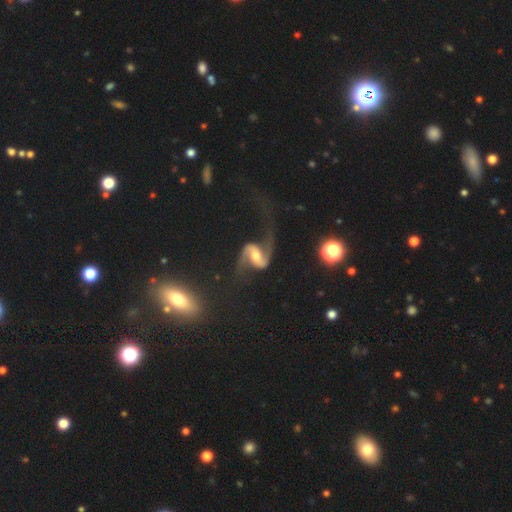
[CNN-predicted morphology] smooth-or-featured: featured or disk: 90% | star or artifact: 6% | smooth: 5%
  disk-edge-on: no: 97% | yes: 3%
    bar: weak: 40% | strong: 34% | no: 26%
    has-spiral-arms: yes: 97% | no: 3%
      spiral-winding: loose: 70% | medium: 25% | tight: 6%
      spiral-arm-count: 2: 94% | 1: 2% | can't tell: 1% | 3: 1% | 4: 1% | more than 4: 1%
    bulge-size: moderate: 62% | small: 22% | large: 11% | none: 3% | dominant: 2%
  merging: none: 64% | major disturbance: 18% | minor disturbance: 15% | merger: 3%